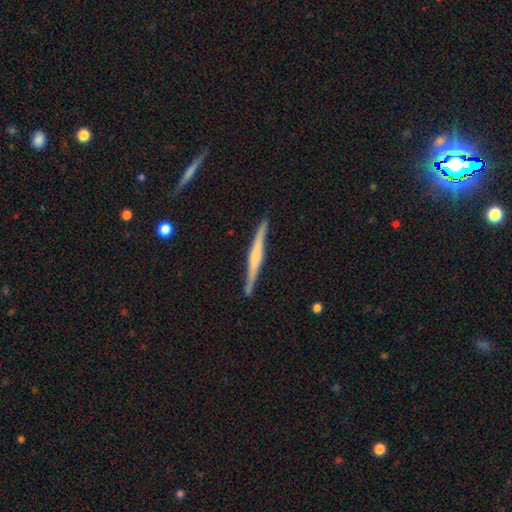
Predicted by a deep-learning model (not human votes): This is likely a featured or disk galaxy (68%). It is clearly viewed edge-on (98%). Edge-on bulge: possibly rounded (52%). Merging: clearly none (89%).